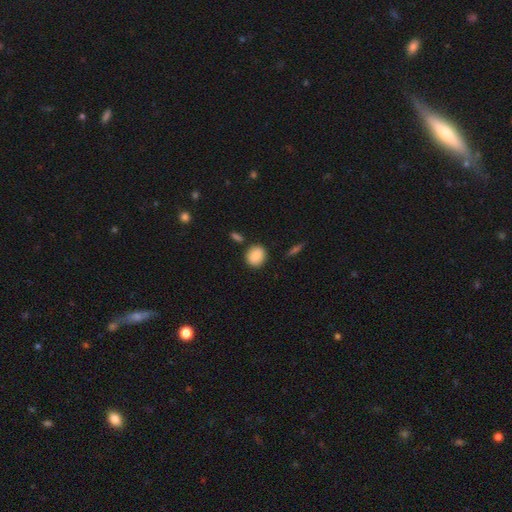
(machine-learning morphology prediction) Q: Smooth or featured?
A: smooth (88%); runner-up: star or artifact (7%)
Q: How rounded?
A: round (76%); runner-up: in between (23%)
Q: Merging?
A: none (85%); runner-up: minor disturbance (9%)